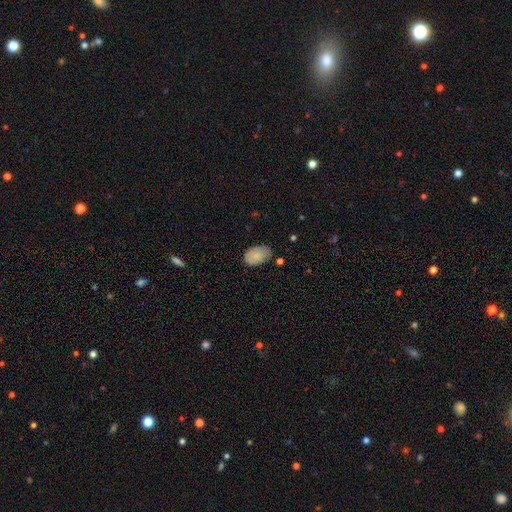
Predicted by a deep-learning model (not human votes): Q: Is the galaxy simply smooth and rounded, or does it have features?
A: smooth — 81%.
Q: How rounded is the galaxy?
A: in between — 89%.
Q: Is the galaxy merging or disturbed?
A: none — 68%.